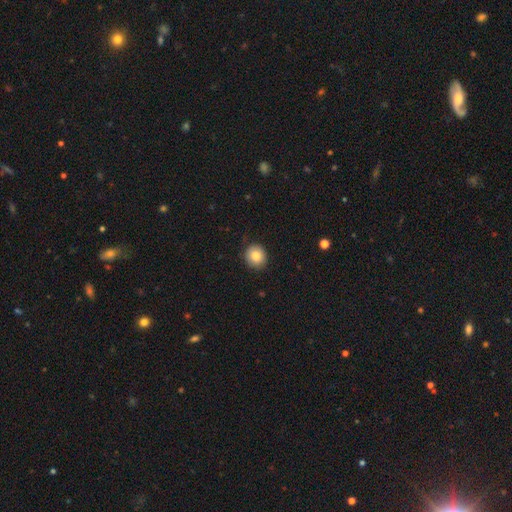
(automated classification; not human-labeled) smooth 84%, star or artifact 9%, featured or disk 7%. Down the decision tree: how rounded — round (85%); merging — none (88%).